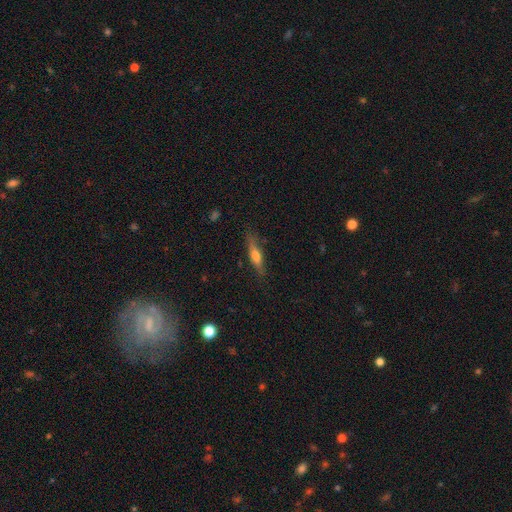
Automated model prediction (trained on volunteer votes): smooth_or_featured: smooth (p=0.48) [alt: featured or disk p=0.45]
merging: none (p=0.80) [alt: minor disturbance p=0.15]